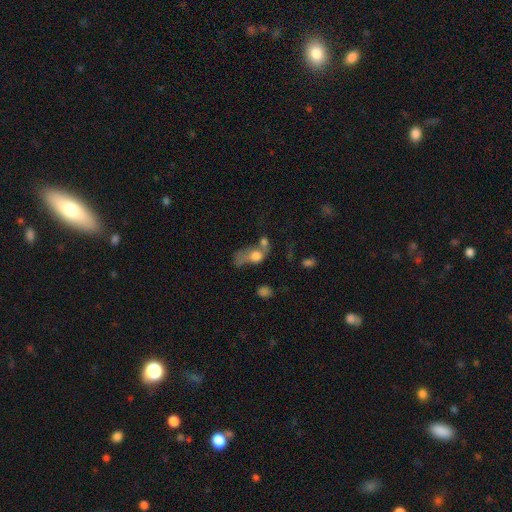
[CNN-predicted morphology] A smooth galaxy with no disk features (61%) that is in between round and cigar-shaped (58%). Merging: merger (47%).